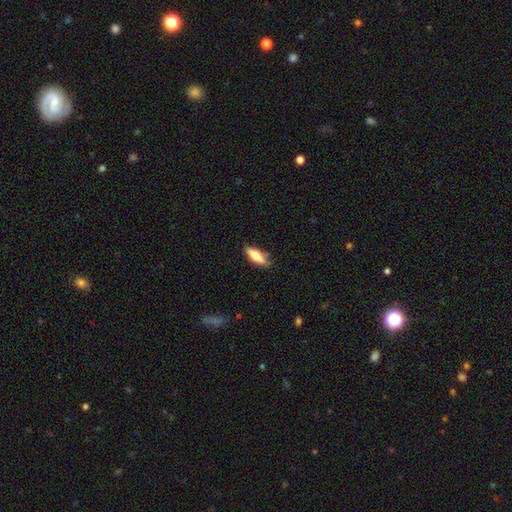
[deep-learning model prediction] Overall: smooth (64%; featured or disk 30%). How rounded: in between (58%; cigar-shaped 40%). Merging: none (76%).